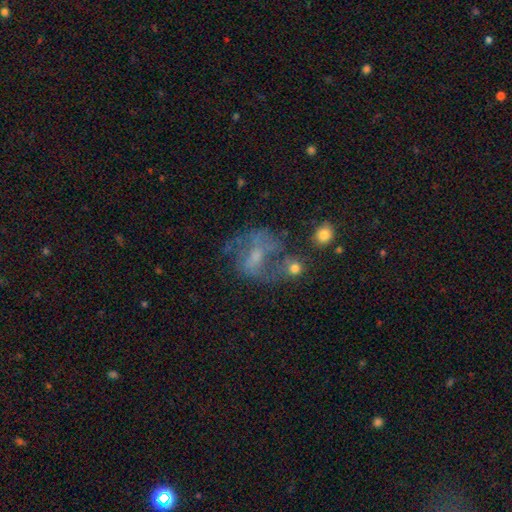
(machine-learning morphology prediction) The model was most divided on "bar": weak: 44%, no: 40%, strong: 16%. Remaining: edge-on disk — no (96%); spiral arms — yes (64%); smooth or featured — featured or disk (61%); bulge size — small (47%); merging — none (45%).